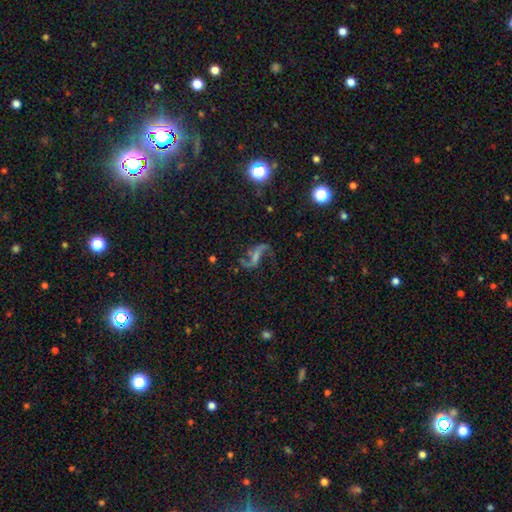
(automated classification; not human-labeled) The model was most divided on "bar": weak: 38%, strong: 34%, no: 27%. More confident: edge-on disk — no (95%); spiral arms — yes (92%); spiral arm count — 2 (91%); spiral winding — loose (87%); smooth or featured — featured or disk (77%); merging — none (64%); bulge size — none (50%).